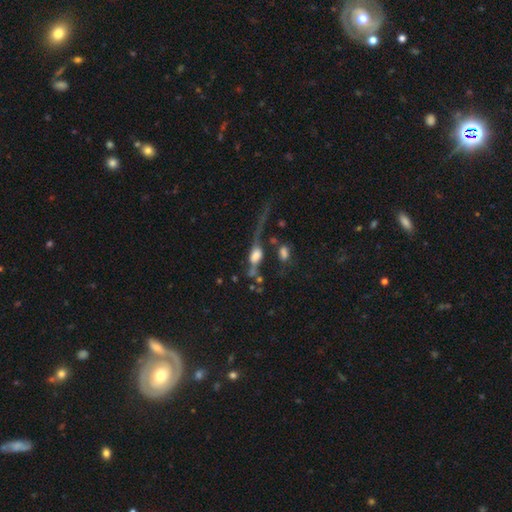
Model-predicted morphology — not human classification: smooth 46%, featured or disk 40%, star or artifact 13%. Down the decision tree: merging — major disturbance (40%).